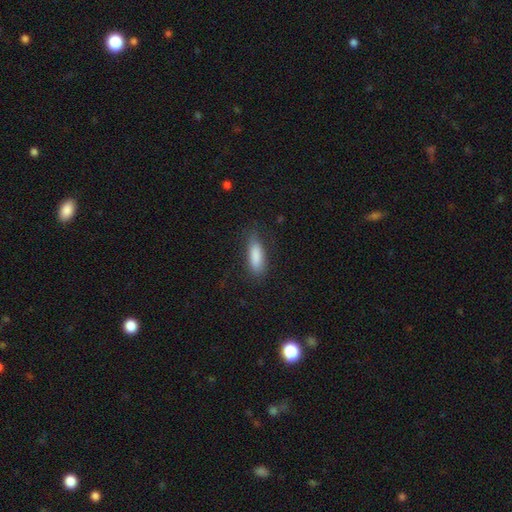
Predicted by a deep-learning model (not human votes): Smooth or featured? Predicted: smooth (p=0.80). How rounded? Predicted: in between (p=0.50). Merging? Predicted: none (p=0.78).